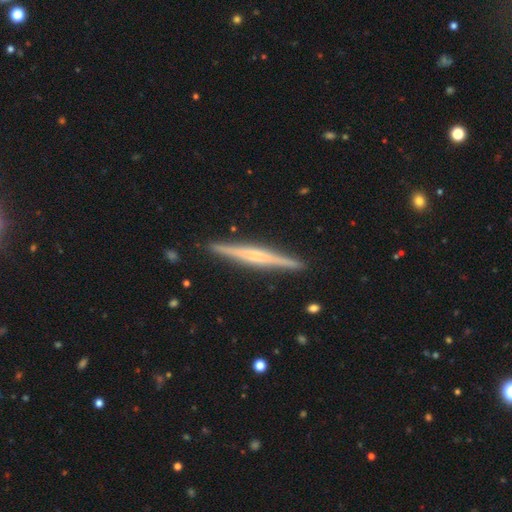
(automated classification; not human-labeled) A featured or disk galaxy (74%) viewed edge-on (98%) with a rounded central bulge (48%). Merging: none (92%).